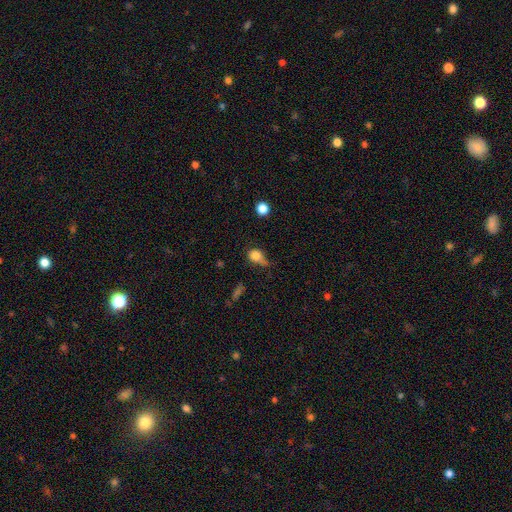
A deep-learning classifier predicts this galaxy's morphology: The model was most divided on "merging" (2-way tie): minor disturbance: 35%, none: 35%, major disturbance: 23%, merger: 7%. More confident: smooth or featured — smooth (78%); how rounded — round (56%).